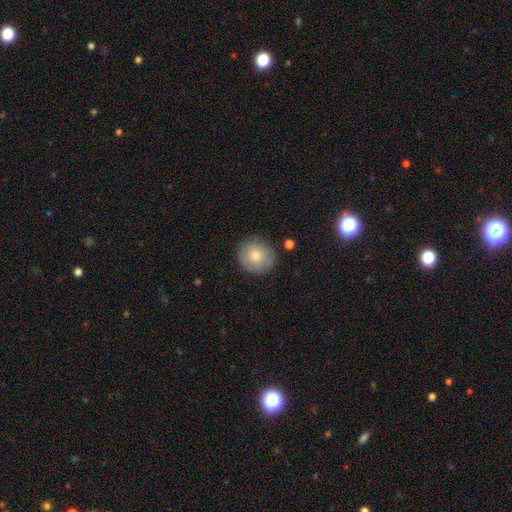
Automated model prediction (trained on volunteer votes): Smooth or featured? smooth (74%)
How rounded? round (90%)
Merging? none (84%)